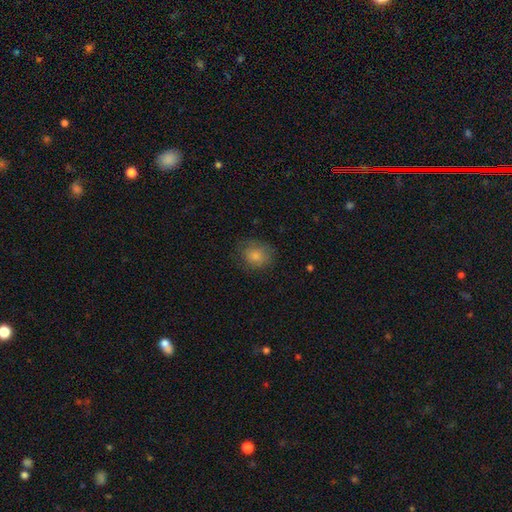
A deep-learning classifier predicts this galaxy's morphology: Smooth or featured?
  - smooth: 82% *
  - featured or disk: 9%
  - star or artifact: 9%
How rounded?
  - round: 66% *
  - in between: 33%
  - cigar-shaped: 1%
Merging?
  - none: 70% *
  - minor disturbance: 21%
  - major disturbance: 8%
  - merger: 1%